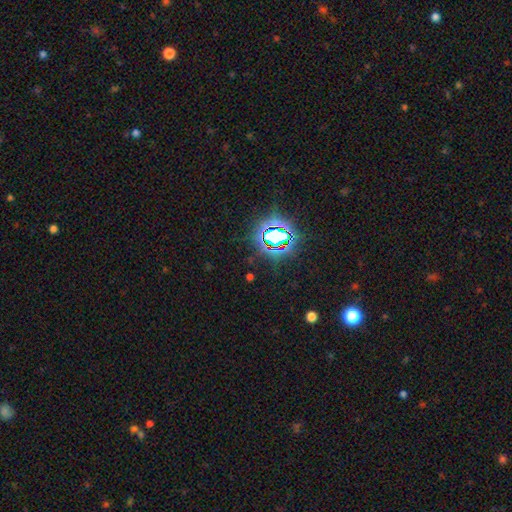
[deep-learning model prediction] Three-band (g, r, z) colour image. It shows a star or artifact, not a galaxy (79%).